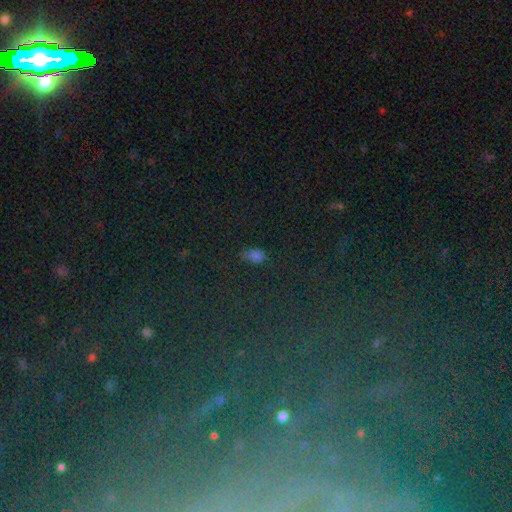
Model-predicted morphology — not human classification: Q: Smooth or featured?
A: smooth (63%); runner-up: star or artifact (29%)
Q: How rounded?
A: in between (83%); runner-up: round (13%)
Q: Merging?
A: none (63%); runner-up: minor disturbance (24%)